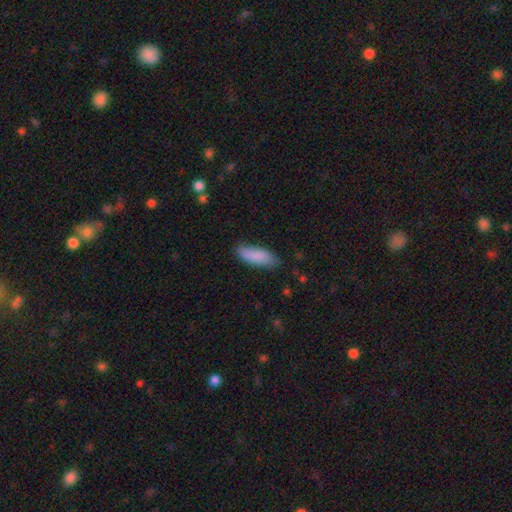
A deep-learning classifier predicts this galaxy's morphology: Smooth or featured?
  - smooth: 87% *
  - featured or disk: 7%
  - star or artifact: 6%
How rounded?
  - in between: 65% *
  - cigar-shaped: 34%
  - round: 2%
Merging?
  - none: 79% *
  - minor disturbance: 16%
  - major disturbance: 3%
  - merger: 1%